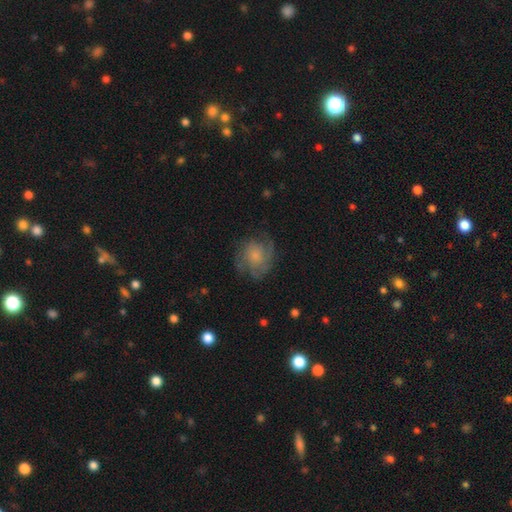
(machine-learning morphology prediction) This is possibly a featured or disk galaxy (57%). It is clearly not viewed edge-on (97%). Bar: likely no (78%). Spiral arm pattern: clearly yes (86%). Central bulge: marginally small (37%). Merging: likely none (68%).